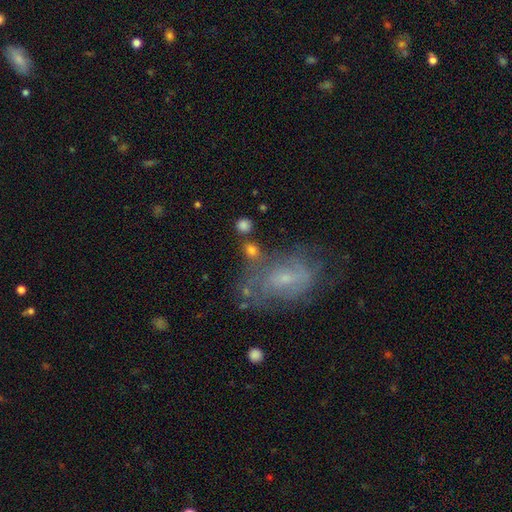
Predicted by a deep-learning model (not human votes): A featured or disk galaxy (48%). Merging: none (60%).